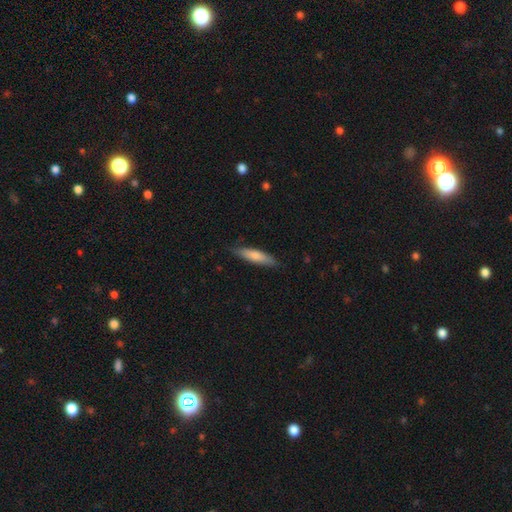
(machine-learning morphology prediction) Smooth or featured? smooth (75%)
How rounded? cigar-shaped (75%)
Merging? none (83%)